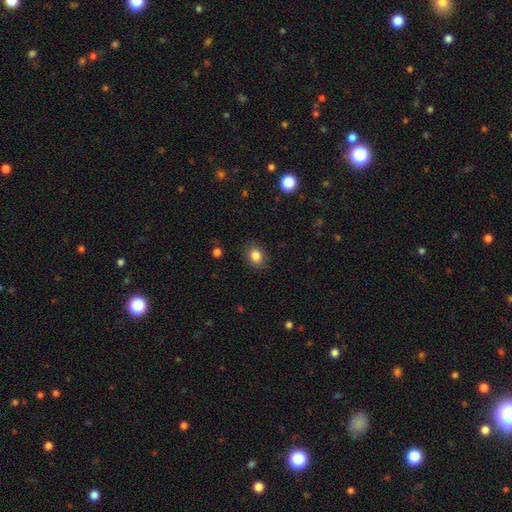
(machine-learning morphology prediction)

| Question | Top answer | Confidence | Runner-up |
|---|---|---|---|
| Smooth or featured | smooth | 85% | star or artifact (9%) |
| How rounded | in between | 57% | round (42%) |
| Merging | none | 87% | minor disturbance (10%) |